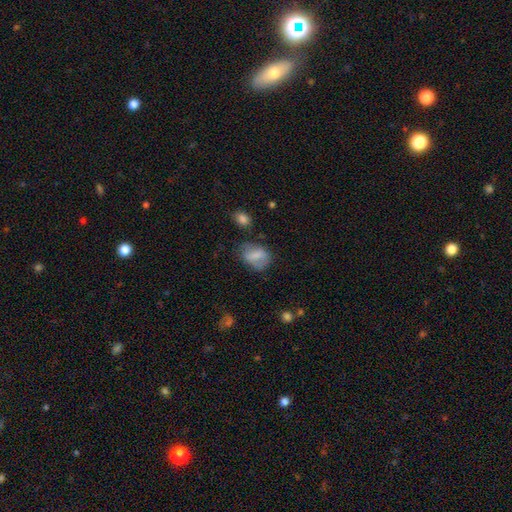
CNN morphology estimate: A smooth galaxy with no disk features (67%) that is in between round and cigar-shaped (71%).

Vote fractions:
- Smooth or featured? smooth: 67% / featured or disk: 25% / star or artifact: 9%
- How rounded? in between: 71% / round: 27% / cigar-shaped: 2%
- Merging? none: 56% / minor disturbance: 27% / major disturbance: 13% / merger: 4%